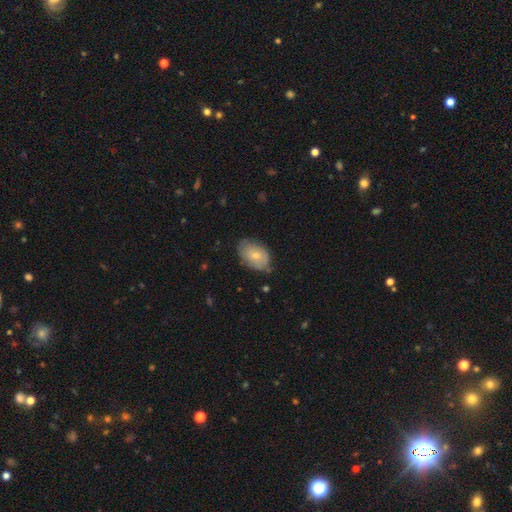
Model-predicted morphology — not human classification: Smooth or featured? Predicted: smooth (p=0.68). How rounded? Predicted: in between (p=0.87). Merging? Predicted: none (p=0.66).